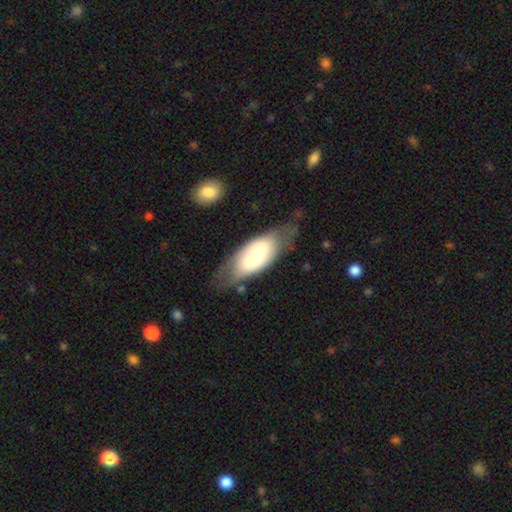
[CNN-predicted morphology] Smooth or featured: smooth — 48% (featured or disk — 46%)
Merging: none — 55% (minor disturbance — 28%)